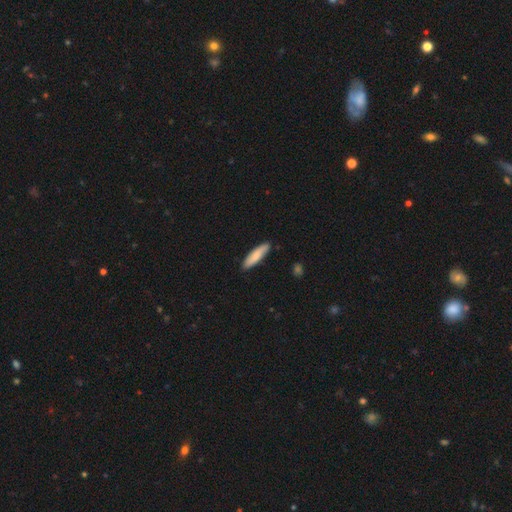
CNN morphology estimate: This is clearly a smooth galaxy (81%). How rounded: likely cigar-shaped (73%). Merging: clearly none (88%).